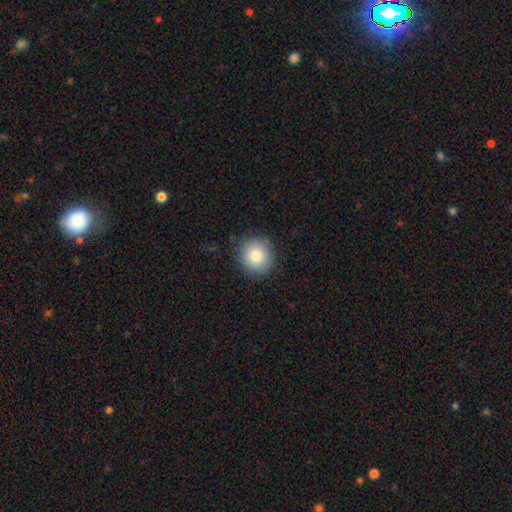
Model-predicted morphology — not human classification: A smooth galaxy with no disk features (84%) that is round (92%). Merging: none (87%).